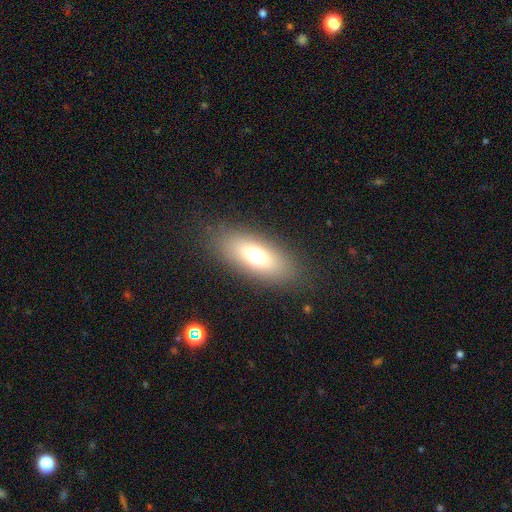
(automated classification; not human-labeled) This is likely a smooth galaxy (66%). How rounded: likely in between (80%). Merging: clearly none (83%).